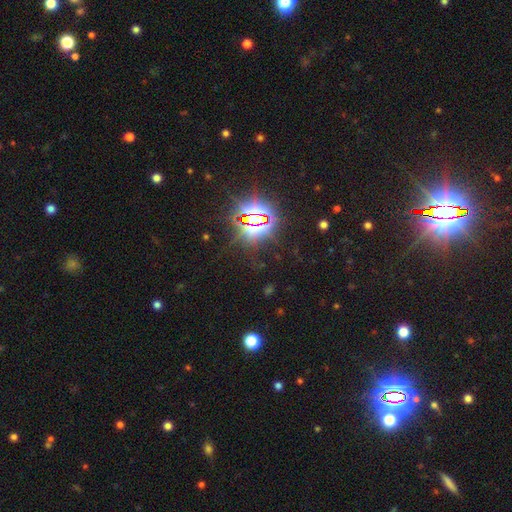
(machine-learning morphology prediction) star or artifact 82%, smooth 11%, featured or disk 7%.